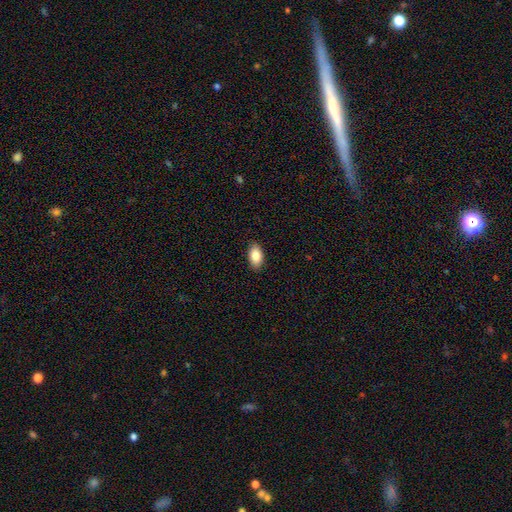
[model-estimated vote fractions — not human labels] Smooth or featured: smooth — 85% (featured or disk — 8%)
How rounded: in between — 93% (round — 5%)
Merging: none — 89% (minor disturbance — 8%)